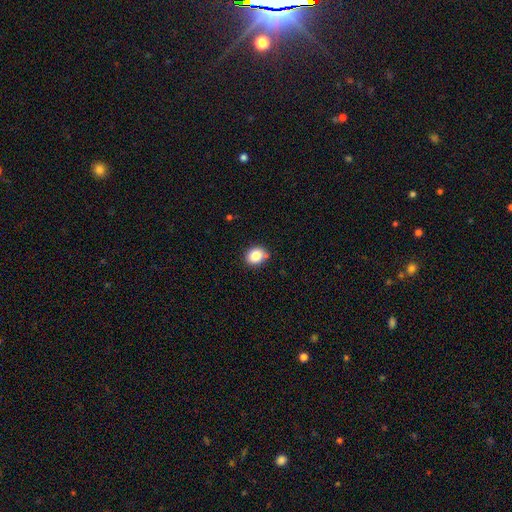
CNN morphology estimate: Smooth or featured: smooth — 84% (star or artifact — 10%)
How rounded: round — 61% (in between — 38%)
Merging: none — 80% (minor disturbance — 15%)